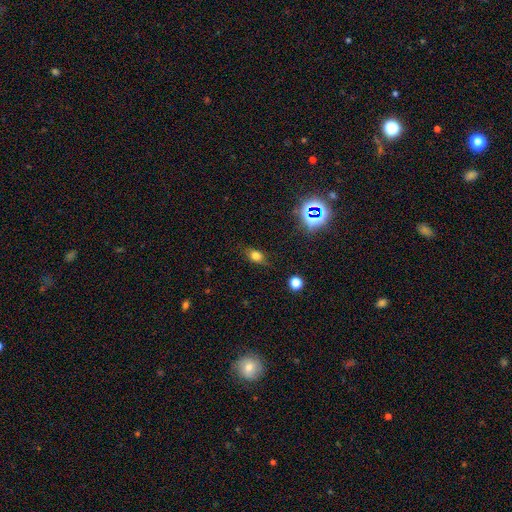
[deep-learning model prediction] This is likely a smooth galaxy (71%). How rounded: likely in between (72%). Merging: likely none (76%).